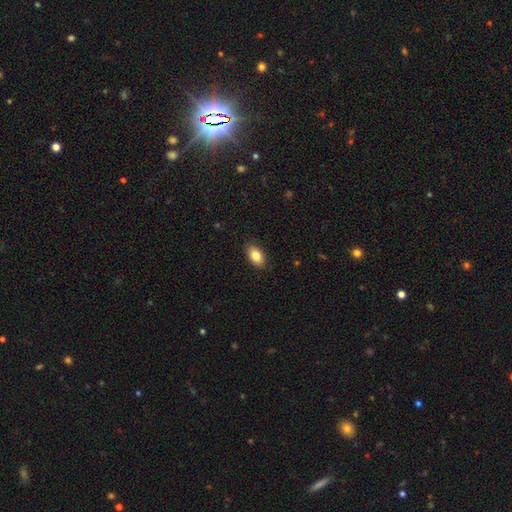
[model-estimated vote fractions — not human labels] smooth_or_featured: smooth (p=0.83) [alt: featured or disk p=0.09]
how_rounded: in between (p=0.91) [alt: round p=0.07]
merging: none (p=0.88) [alt: minor disturbance p=0.09]